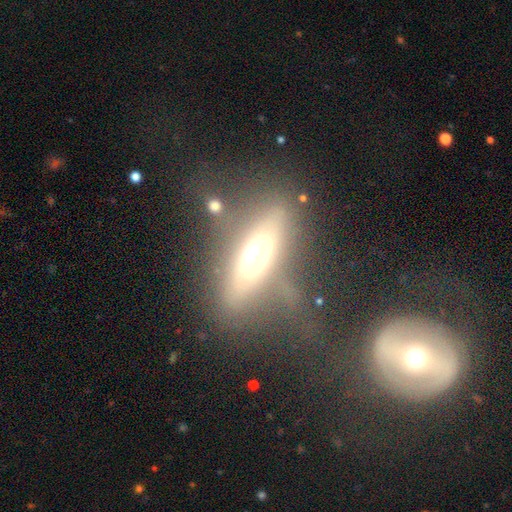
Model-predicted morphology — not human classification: type=featured or disk (45%); merging=none (52%).